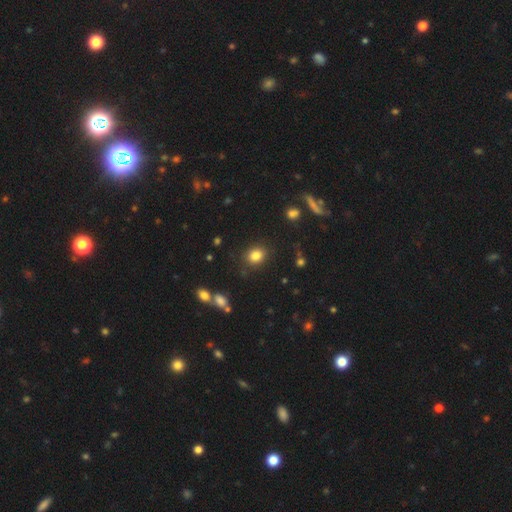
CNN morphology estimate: Smooth or featured? Predicted: smooth (p=0.83). How rounded? Predicted: round (p=0.54). Merging? Predicted: none (p=0.84).